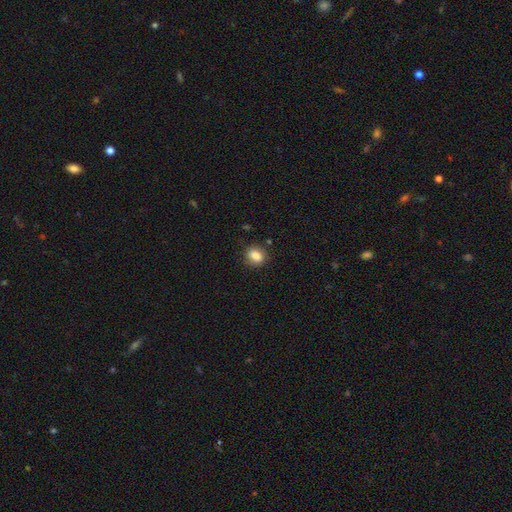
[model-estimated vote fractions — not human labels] Smooth or featured? smooth (85%)
How rounded? in between (51%)
Merging? none (80%)